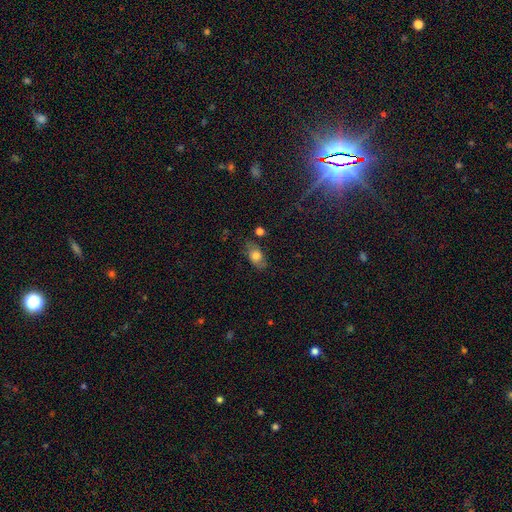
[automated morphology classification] type=smooth (72%); roundness=in between (84%); merging=none (71%).